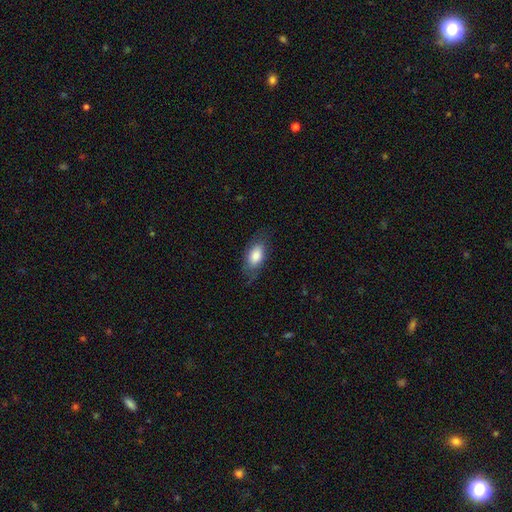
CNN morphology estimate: Smooth or featured? Predicted: smooth (p=0.78). How rounded? Predicted: in between (p=0.88). Merging? Predicted: none (p=0.70).